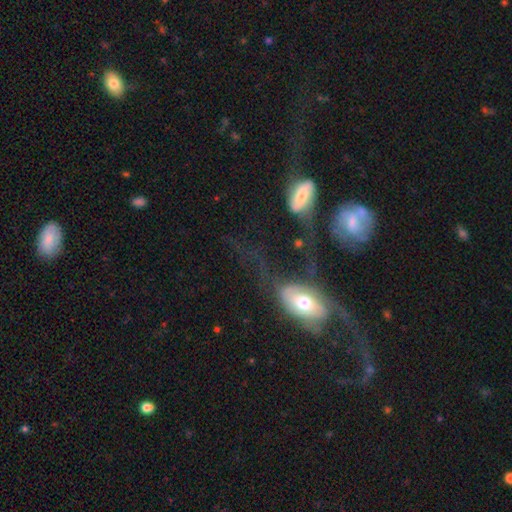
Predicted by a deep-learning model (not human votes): Q: Smooth or featured?
A: featured or disk (61%); runner-up: smooth (28%)
Q: Edge-on disk?
A: no (84%); runner-up: yes (16%)
Q: Bar?
A: no (60%); runner-up: weak (28%)
Q: Spiral arms?
A: yes (66%); runner-up: no (34%)
Q: Bulge size?
A: moderate (55%); runner-up: small (21%)
Q: Merging?
A: major disturbance (45%); runner-up: merger (23%)